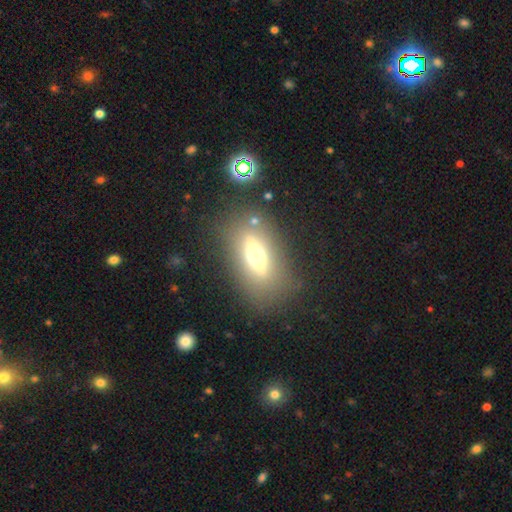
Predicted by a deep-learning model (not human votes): smooth-or-featured: featured or disk: 45% | smooth: 44% | star or artifact: 11%
  merging: none: 77% | minor disturbance: 12% | major disturbance: 7% | merger: 5%